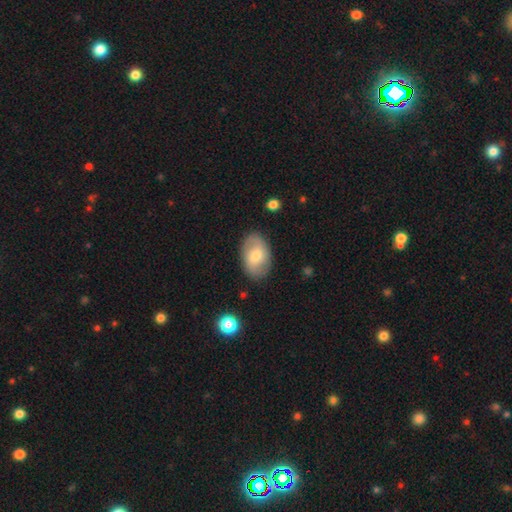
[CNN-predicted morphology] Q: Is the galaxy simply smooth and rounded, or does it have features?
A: smooth — 53%.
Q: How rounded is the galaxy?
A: in between — 88%.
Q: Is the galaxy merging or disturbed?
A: none — 83%.